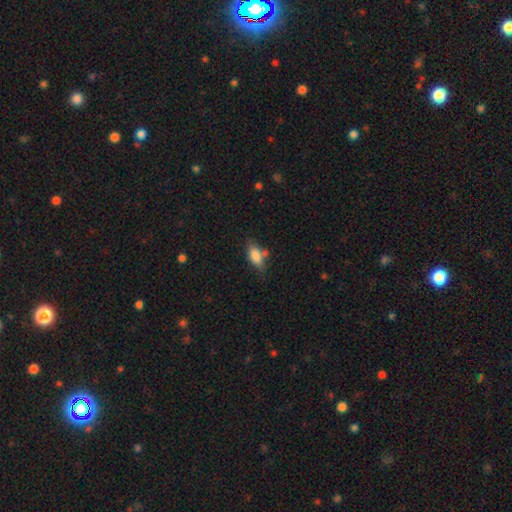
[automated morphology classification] This is likely a smooth galaxy (78%). How rounded: clearly in between (83%). Merging: possibly none (58%).